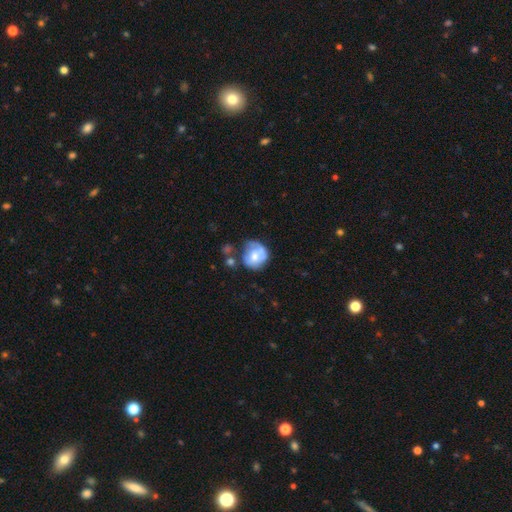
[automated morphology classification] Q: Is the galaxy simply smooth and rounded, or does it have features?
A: smooth — 53%.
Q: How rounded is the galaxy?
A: round — 76%.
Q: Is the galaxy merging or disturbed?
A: none — 38%.